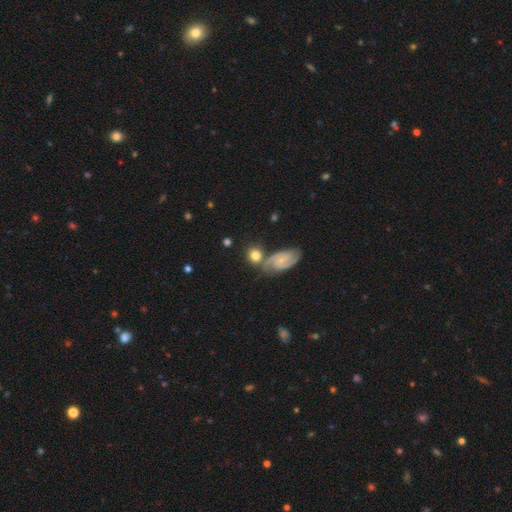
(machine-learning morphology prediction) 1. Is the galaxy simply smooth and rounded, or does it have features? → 58% smooth, 33% featured or disk, 9% star or artifact.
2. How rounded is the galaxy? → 78% round, 20% in between, 2% cigar-shaped.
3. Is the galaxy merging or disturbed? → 62% none, 21% merger, 12% minor disturbance, 4% major disturbance.